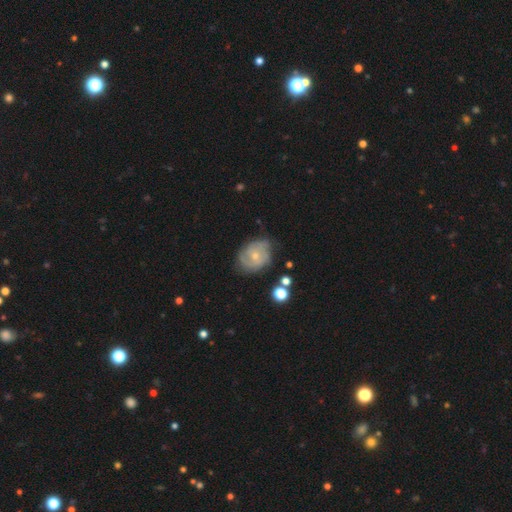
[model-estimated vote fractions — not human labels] smooth-or-featured: featured or disk: 72% | smooth: 21% | star or artifact: 7%
  disk-edge-on: no: 97% | yes: 3%
    bar: no: 73% | weak: 23% | strong: 3%
    has-spiral-arms: yes: 88% | no: 12%
      spiral-winding: tight: 48% | medium: 38% | loose: 13%
      spiral-arm-count: 3: 29% (tied) | can't tell: 29% (tied) | 2: 27% | 4: 7% | 1: 4% | more than 4: 4%
    bulge-size: small: 59% | moderate: 38% | none: 2% | large: 1% | dominant: 1%
  merging: none: 62% | minor disturbance: 27% | major disturbance: 9% | merger: 3%